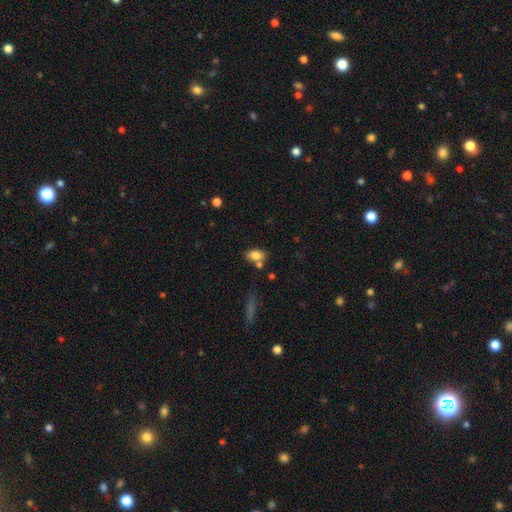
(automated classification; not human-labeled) Smooth or featured? smooth (82%)
How rounded? in between (86%)
Merging? none (63%)